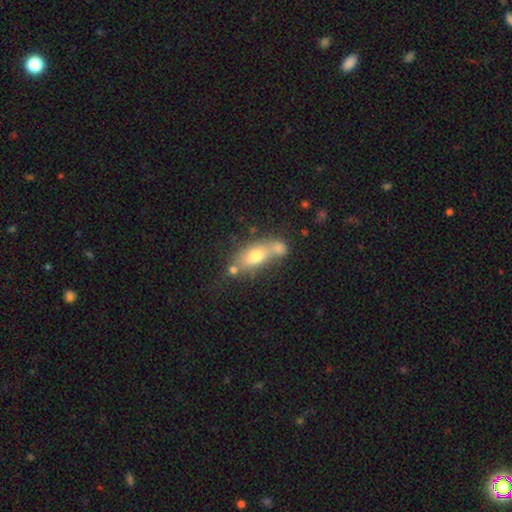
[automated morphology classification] Smooth or featured: smooth — 65% (featured or disk — 26%)
How rounded: in between — 73% (cigar-shaped — 17%)
Merging: merger — 43% (none — 37%)